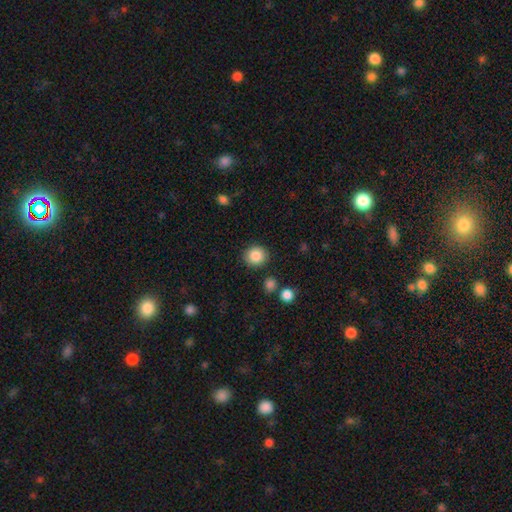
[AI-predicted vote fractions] Morphology: type=smooth (86%); roundness=round (86%); merging=none (87%).